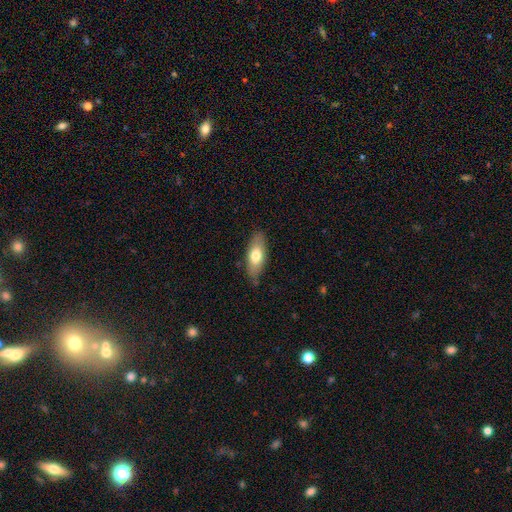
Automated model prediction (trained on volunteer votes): Smooth or featured? smooth (70%)
How rounded? in between (73%)
Merging? none (80%)